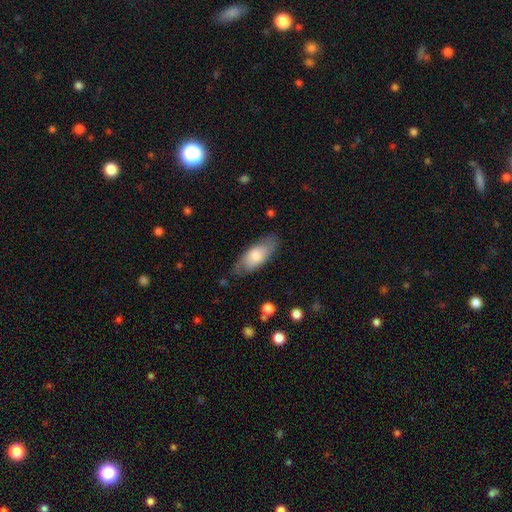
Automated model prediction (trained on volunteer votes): This is likely a smooth galaxy (71%). How rounded: clearly in between (80%). Merging: likely none (71%).